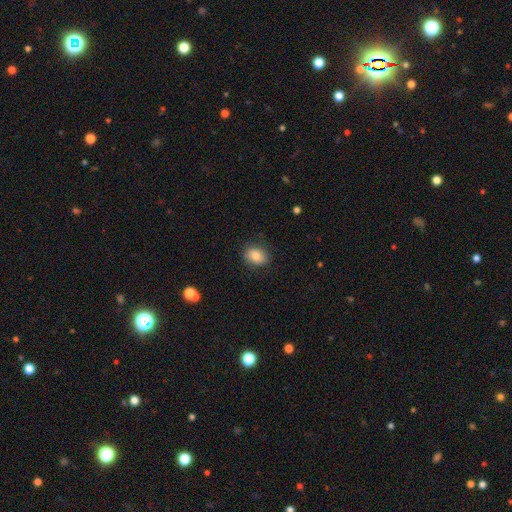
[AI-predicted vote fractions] A smooth galaxy with no disk features (83%) that is in between round and cigar-shaped (61%). Merging: none (83%).